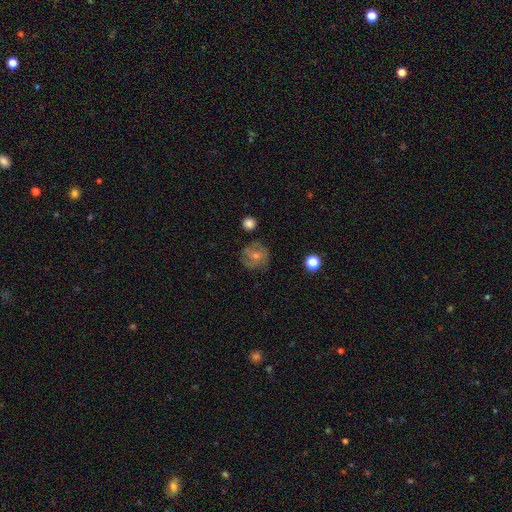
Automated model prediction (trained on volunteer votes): smooth-or-featured: featured or disk: 53% | smooth: 34% | star or artifact: 14%
  disk-edge-on: no: 97% | yes: 3%
    bar: no: 71% | weak: 24% | strong: 5%
    has-spiral-arms: yes: 72% | no: 28%
    bulge-size: small: 49% | moderate: 47% | none: 2% | large: 2% | dominant: 1%
  merging: none: 78% | minor disturbance: 15% | major disturbance: 5% | merger: 3%